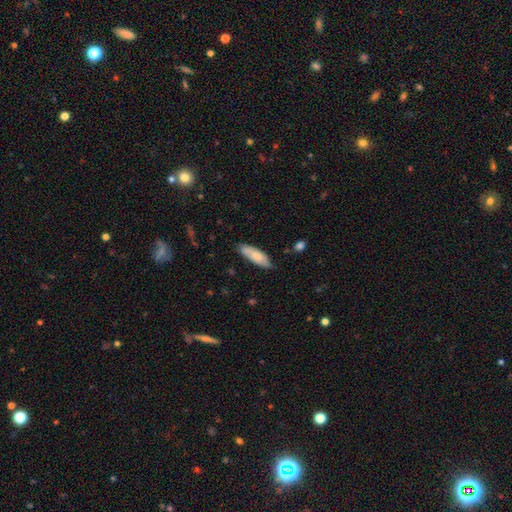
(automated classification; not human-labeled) Smooth or featured? Predicted: smooth (p=0.77). How rounded? Predicted: in between (p=0.62). Merging? Predicted: none (p=0.77).